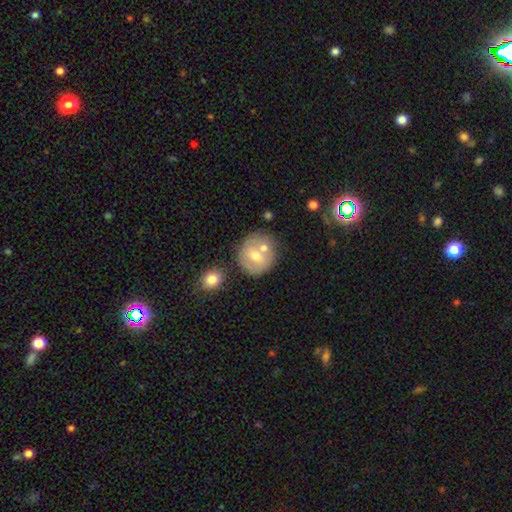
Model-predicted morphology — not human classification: This is possibly a smooth galaxy (59%). How rounded: clearly round (85%). Merging: possibly none (57%).